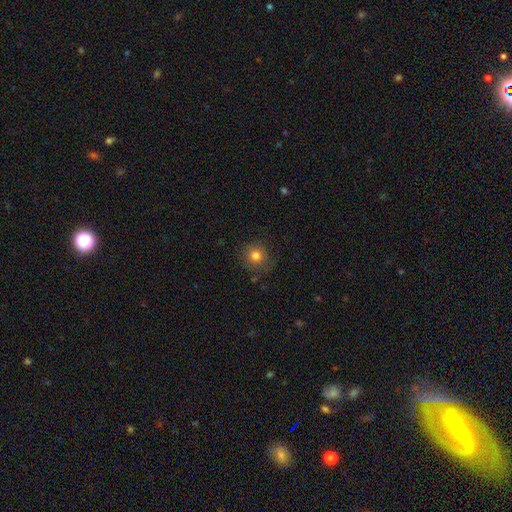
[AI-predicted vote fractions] The model was most divided on "smooth or featured": smooth: 80%, star or artifact: 12%, featured or disk: 8%. More confident: how rounded — round (89%); merging — none (81%).